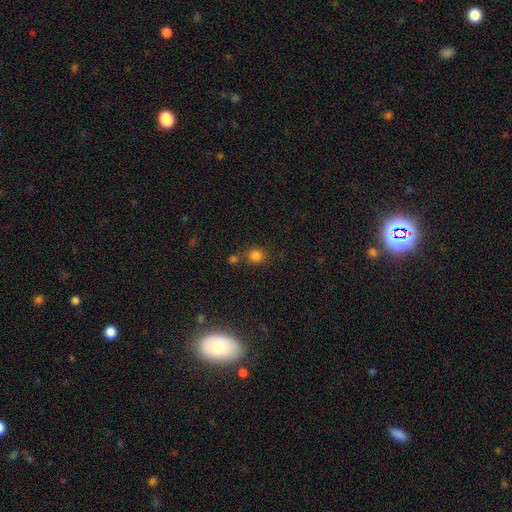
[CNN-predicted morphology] smooth-or-featured: smooth: 80% | star or artifact: 15% | featured or disk: 5%
  how-rounded: round: 81% | in between: 18% | cigar-shaped: 1%
  merging: none: 69% | merger: 17% | minor disturbance: 10% | major disturbance: 4%